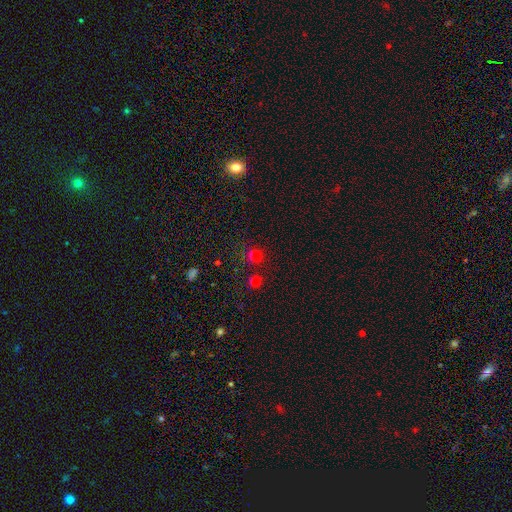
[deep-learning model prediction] smooth-or-featured: smooth: 50% | star or artifact: 41% | featured or disk: 9%
  merging: none: 60% | merger: 23% | minor disturbance: 11% | major disturbance: 6%